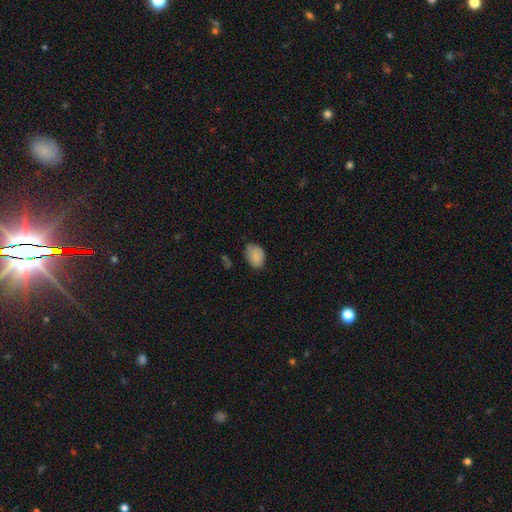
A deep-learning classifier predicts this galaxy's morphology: Smooth or featured? Predicted: smooth (p=0.83). How rounded? Predicted: in between (p=0.79). Merging? Predicted: none (p=0.64).